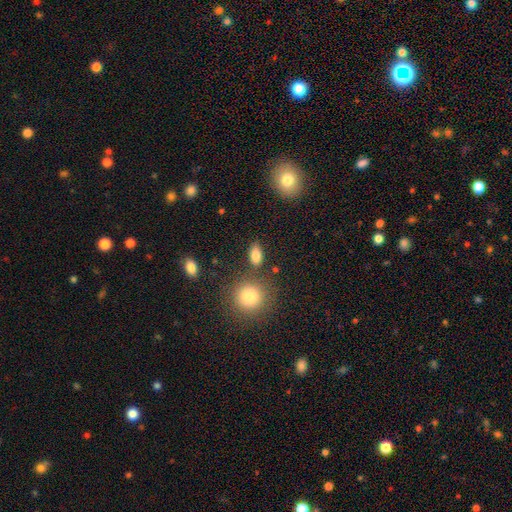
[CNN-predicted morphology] smooth_or_featured: smooth (p=0.82) [alt: star or artifact p=0.10]
how_rounded: in between (p=0.84) [alt: round p=0.10]
merging: none (p=0.78) [alt: minor disturbance p=0.12]